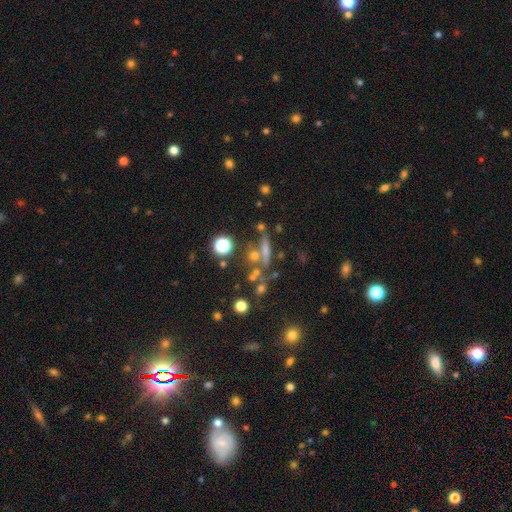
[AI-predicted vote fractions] A star or artifact, not a galaxy (37%).

Vote fractions:
- Smooth or featured? star or artifact: 37% / smooth: 33% / featured or disk: 31%